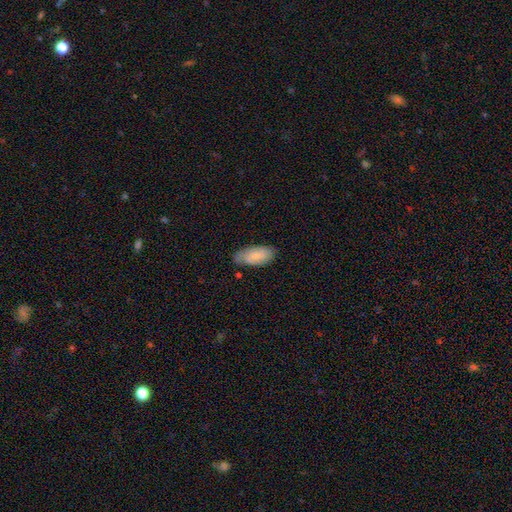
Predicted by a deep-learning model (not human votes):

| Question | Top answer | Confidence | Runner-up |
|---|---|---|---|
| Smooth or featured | smooth | 61% | featured or disk (32%) |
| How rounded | in between | 90% | cigar-shaped (8%) |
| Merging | none | 66% | minor disturbance (26%) |